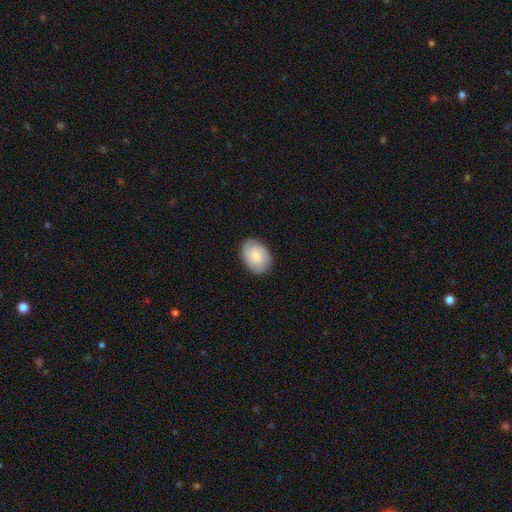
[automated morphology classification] smooth-or-featured: smooth: 62% | featured or disk: 31% | star or artifact: 6%
  how-rounded: in between: 77% | round: 22% | cigar-shaped: 1%
  merging: none: 80% | minor disturbance: 16% | major disturbance: 3% | merger: 1%